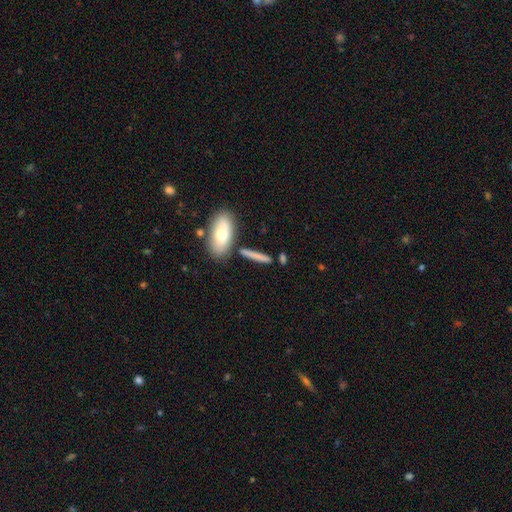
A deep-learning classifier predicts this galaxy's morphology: Q: Smooth or featured?
A: smooth (70%); runner-up: featured or disk (23%)
Q: How rounded?
A: cigar-shaped (75%); runner-up: in between (21%)
Q: Merging?
A: none (75%); runner-up: minor disturbance (11%)